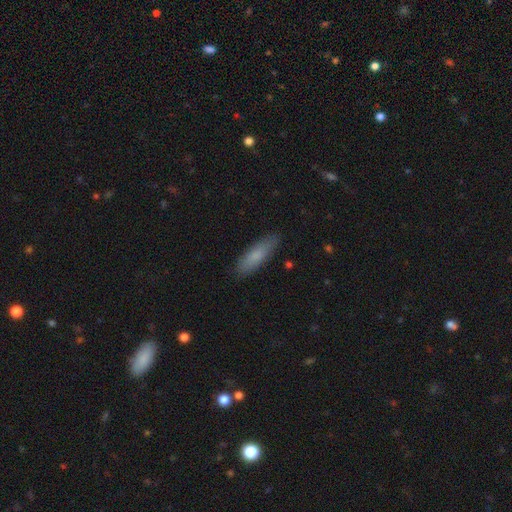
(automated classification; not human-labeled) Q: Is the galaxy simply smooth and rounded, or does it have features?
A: smooth — 80%.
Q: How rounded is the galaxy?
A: cigar-shaped — 56%.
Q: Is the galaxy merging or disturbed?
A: none — 85%.